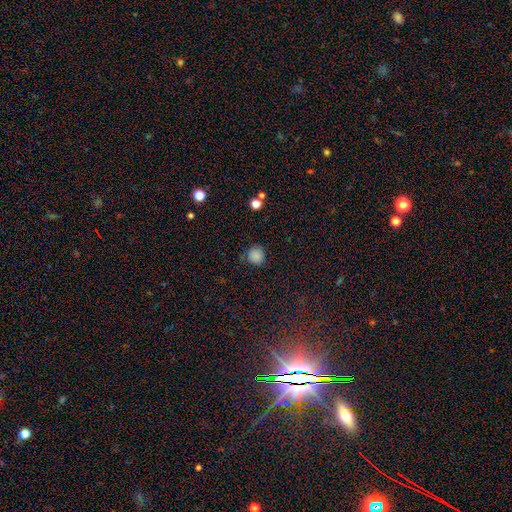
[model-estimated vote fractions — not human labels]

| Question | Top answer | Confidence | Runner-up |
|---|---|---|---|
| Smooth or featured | smooth | 83% | star or artifact (11%) |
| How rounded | round | 90% | in between (9%) |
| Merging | none | 76% | minor disturbance (18%) |